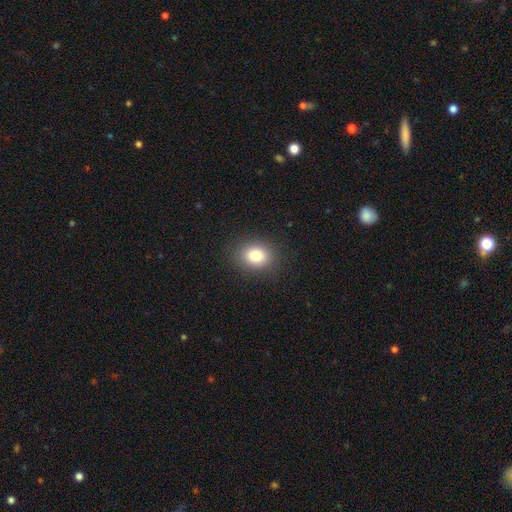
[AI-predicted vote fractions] smooth-or-featured: smooth: 82% | star or artifact: 11% | featured or disk: 7%
  how-rounded: round: 51% | in between: 48% | cigar-shaped: 1%
  merging: none: 88% | minor disturbance: 8% | major disturbance: 3% | merger: 1%